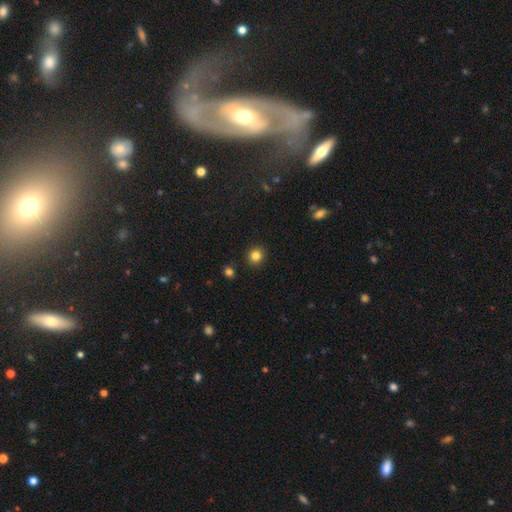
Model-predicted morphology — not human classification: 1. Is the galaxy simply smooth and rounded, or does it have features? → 84% smooth, 12% star or artifact, 5% featured or disk.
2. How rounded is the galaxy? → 87% round, 12% in between, 1% cigar-shaped.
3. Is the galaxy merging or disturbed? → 90% none, 6% minor disturbance, 2% major disturbance, 2% merger.